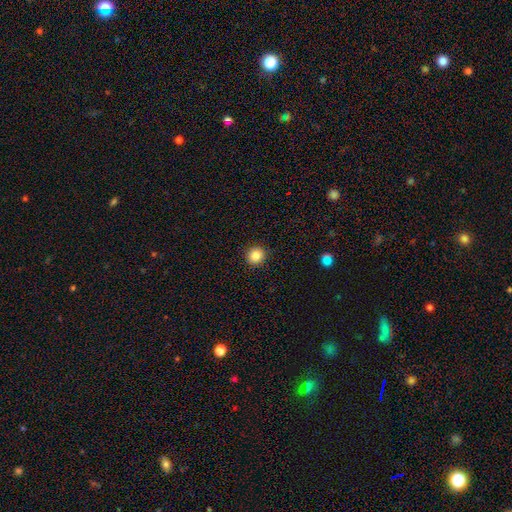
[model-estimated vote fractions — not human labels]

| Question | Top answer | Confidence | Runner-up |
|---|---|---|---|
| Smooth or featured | smooth | 86% | star or artifact (10%) |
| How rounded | round | 93% | in between (6%) |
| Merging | none | 92% | minor disturbance (5%) |